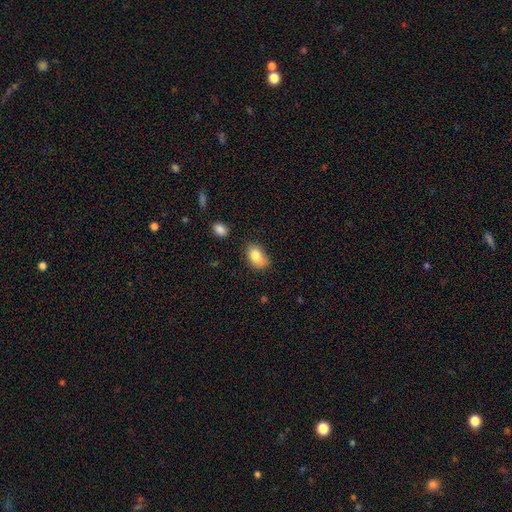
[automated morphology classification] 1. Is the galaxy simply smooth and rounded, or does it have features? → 83% smooth, 9% featured or disk, 8% star or artifact.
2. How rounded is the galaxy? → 86% in between, 13% round, 2% cigar-shaped.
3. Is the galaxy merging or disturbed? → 62% none, 28% minor disturbance, 6% major disturbance, 4% merger.